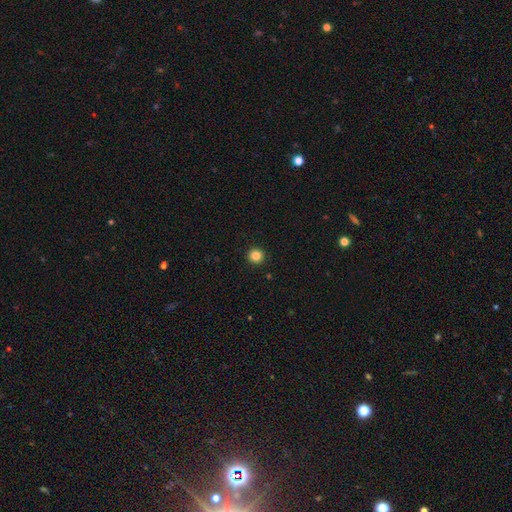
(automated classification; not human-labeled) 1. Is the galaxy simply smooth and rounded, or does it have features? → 85% smooth, 11% star or artifact, 4% featured or disk.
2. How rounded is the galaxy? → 95% round, 4% in between, 1% cigar-shaped.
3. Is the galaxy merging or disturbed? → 94% none, 4% minor disturbance, 1% major disturbance, 1% merger.